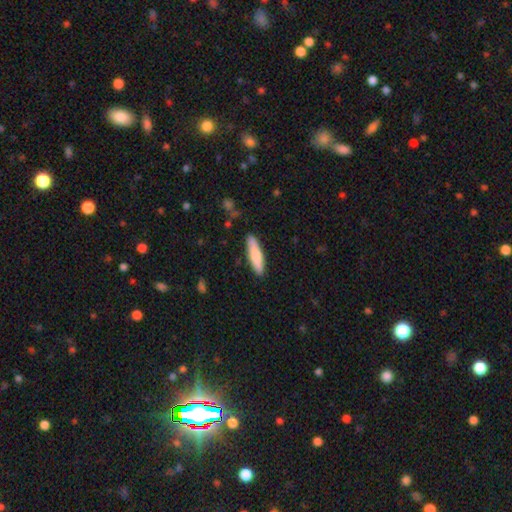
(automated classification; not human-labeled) A smooth galaxy with no disk features (76%) that is cigar-shaped (77%). Merging: none (88%).